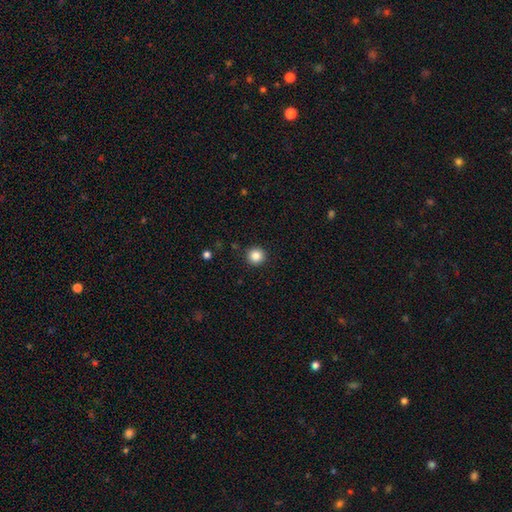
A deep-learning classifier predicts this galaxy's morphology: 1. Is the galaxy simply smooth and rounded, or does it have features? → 86% smooth, 10% star or artifact, 4% featured or disk.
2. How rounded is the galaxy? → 95% round, 4% in between, 1% cigar-shaped.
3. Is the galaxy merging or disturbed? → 92% none, 5% minor disturbance, 2% major disturbance, 1% merger.